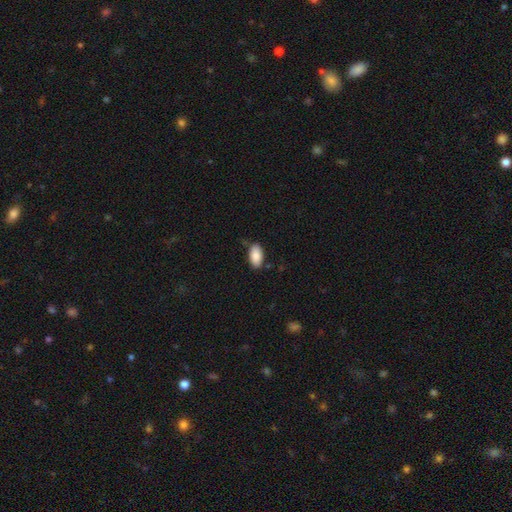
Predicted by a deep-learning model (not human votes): Smooth or featured? smooth (88%)
How rounded? in between (94%)
Merging? none (77%)